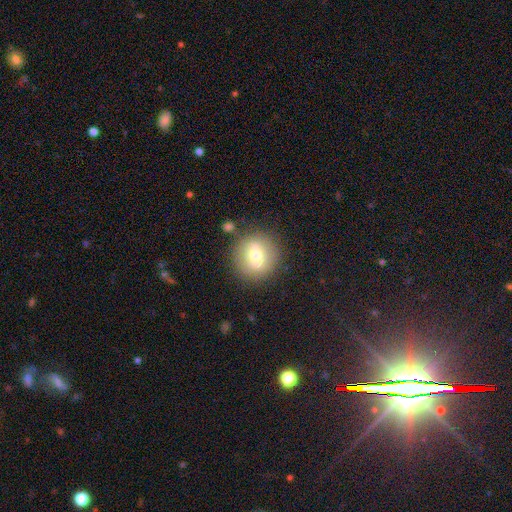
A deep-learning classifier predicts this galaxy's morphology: Smooth or featured? Predicted: smooth (p=0.64). How rounded? Predicted: round (p=0.92). Merging? Predicted: none (p=0.84).